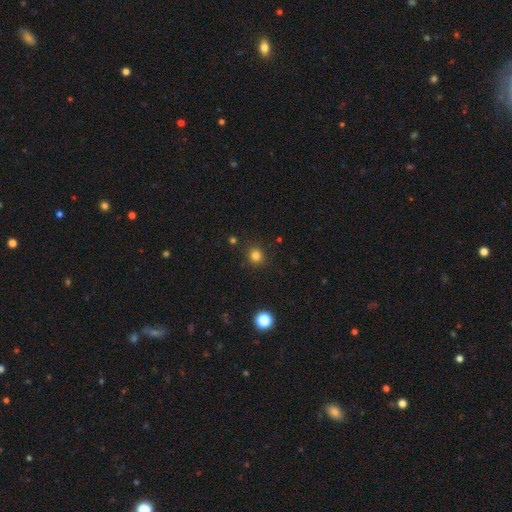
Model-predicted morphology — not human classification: The model was most divided on "smooth or featured": smooth: 81%, star or artifact: 14%, featured or disk: 5%. More confident: how rounded — round (89%); merging — none (87%).